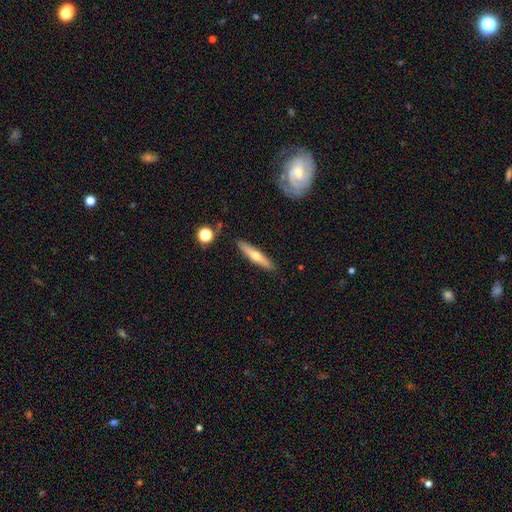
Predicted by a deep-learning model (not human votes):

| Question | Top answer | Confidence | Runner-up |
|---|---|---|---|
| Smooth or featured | smooth | 47% | tied: featured or disk (47%) |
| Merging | none | 88% | minor disturbance (8%) |